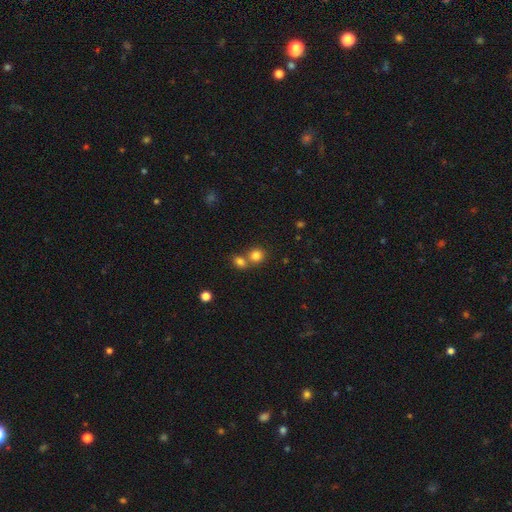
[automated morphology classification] This is clearly a smooth galaxy (82%). How rounded: clearly round (81%). Merging: possibly none (49%).